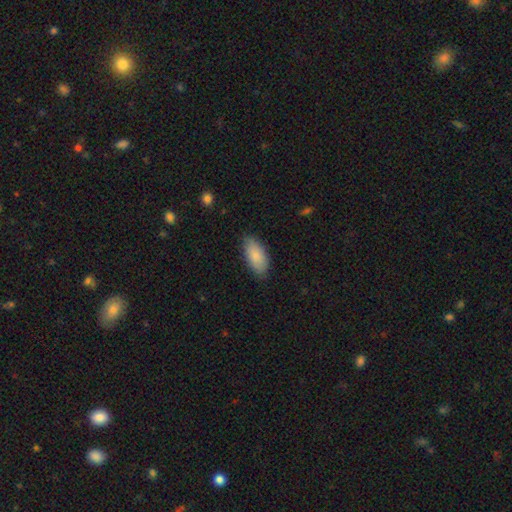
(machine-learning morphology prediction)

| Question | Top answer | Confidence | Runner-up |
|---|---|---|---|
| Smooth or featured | smooth | 85% | featured or disk (9%) |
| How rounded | in between | 92% | cigar-shaped (6%) |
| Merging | none | 80% | minor disturbance (16%) |